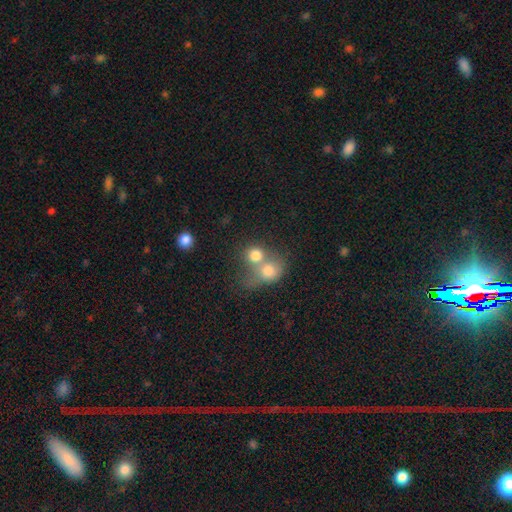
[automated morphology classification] A smooth galaxy with no disk features (75%) that is round (74%).

Vote fractions:
- Smooth or featured? smooth: 75% / featured or disk: 14% / star or artifact: 11%
- How rounded? round: 74% / in between: 25% / cigar-shaped: 1%
- Merging? merger: 65% / none: 24% / minor disturbance: 6% / major disturbance: 5%